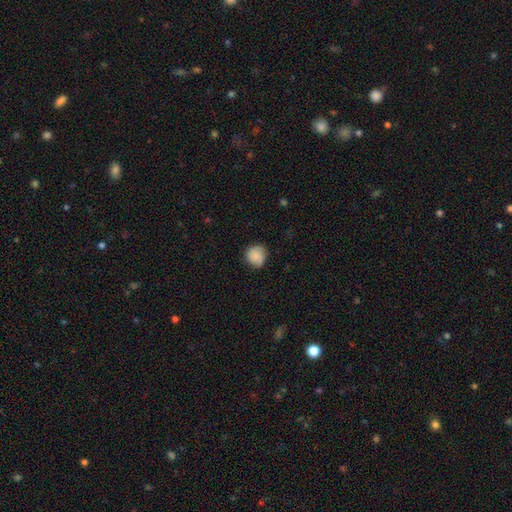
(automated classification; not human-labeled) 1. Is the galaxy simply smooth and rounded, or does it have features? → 77% smooth, 15% featured or disk, 8% star or artifact.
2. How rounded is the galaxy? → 84% round, 15% in between, 1% cigar-shaped.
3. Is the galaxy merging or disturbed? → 74% none, 20% minor disturbance, 5% major disturbance, 1% merger.